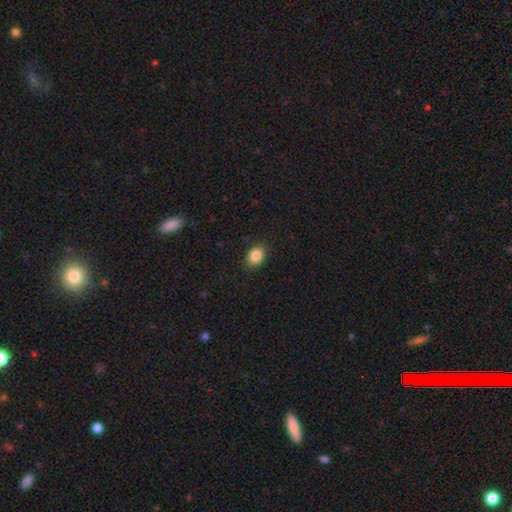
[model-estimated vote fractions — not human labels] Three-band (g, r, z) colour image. It shows a smooth galaxy with no disk features (86%) that is in between round and cigar-shaped (68%). Merging: none (88%).